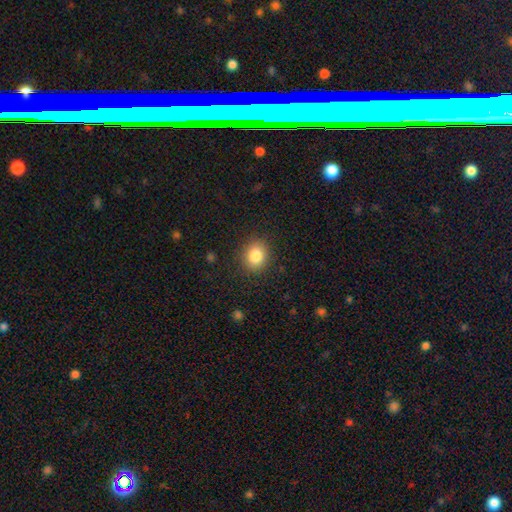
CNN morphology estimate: Q: Smooth or featured?
A: smooth (84%); runner-up: star or artifact (10%)
Q: How rounded?
A: round (64%); runner-up: in between (35%)
Q: Merging?
A: none (87%); runner-up: minor disturbance (9%)